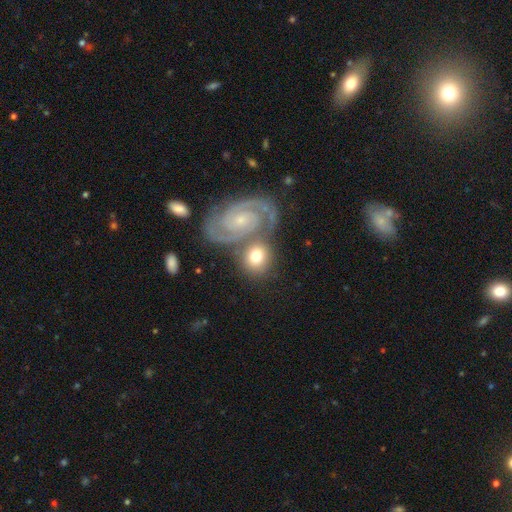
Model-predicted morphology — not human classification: featured or disk 60%, smooth 33%, star or artifact 7%. Down the decision tree: edge-on disk — no (95%); bar — no (63%); spiral arms — yes (93%); spiral arm count — 2 (82%); spiral winding — tight (54%); bulge size — small (58%); merging — none (58%).